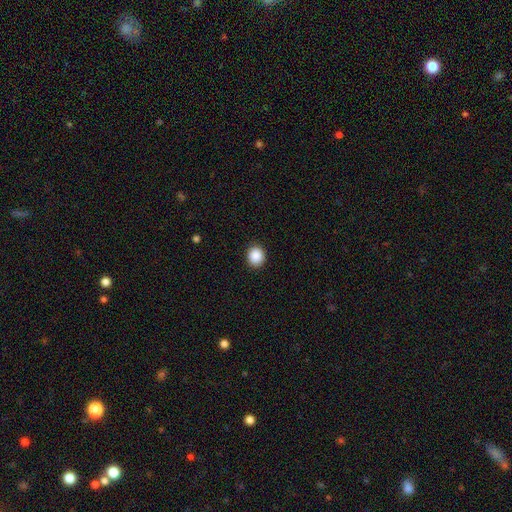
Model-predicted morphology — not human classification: A smooth galaxy with no disk features (89%) that is round (77%).

Vote fractions:
- Smooth or featured? smooth: 89% / star or artifact: 9% / featured or disk: 3%
- How rounded? round: 77% / in between: 22% / cigar-shaped: 1%
- Merging? none: 91% / minor disturbance: 6% / major disturbance: 2% / merger: 1%